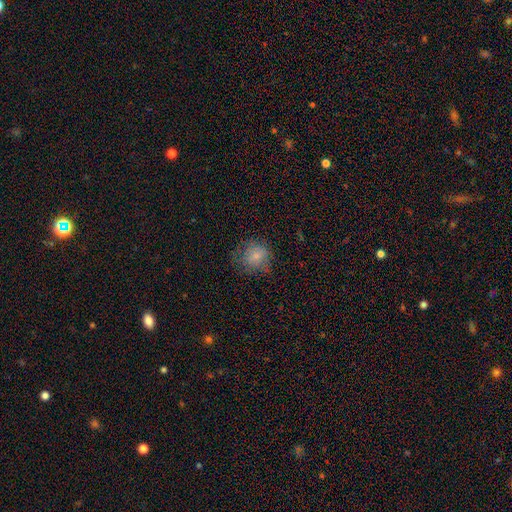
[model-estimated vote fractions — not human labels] smooth 74%, featured or disk 14%, star or artifact 12%. Down the decision tree: how rounded — round (78%); merging — none (65%).